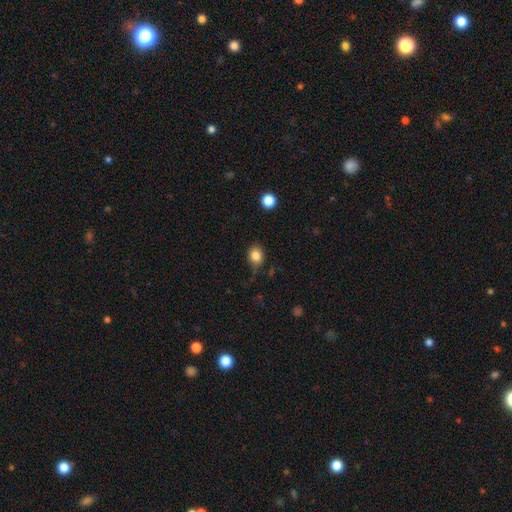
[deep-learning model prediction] A smooth galaxy with no disk features (83%) that is round (58%).

Vote fractions:
- Smooth or featured? smooth: 83% / star or artifact: 11% / featured or disk: 6%
- How rounded? round: 58% / in between: 41% / cigar-shaped: 1%
- Merging? none: 72% / minor disturbance: 20% / major disturbance: 5% / merger: 2%